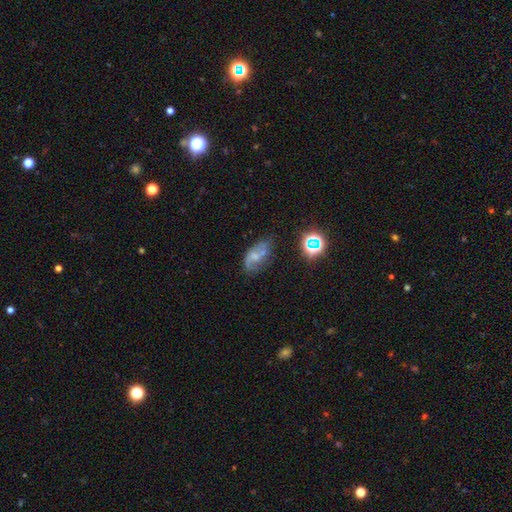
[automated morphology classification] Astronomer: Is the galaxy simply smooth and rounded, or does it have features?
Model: featured or disk — 54% (runner-up: smooth, 30%).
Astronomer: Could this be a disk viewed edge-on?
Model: no — 95%.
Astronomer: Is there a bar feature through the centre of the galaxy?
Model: no — 57% (runner-up: weak, 35%).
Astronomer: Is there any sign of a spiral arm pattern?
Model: yes — 76%.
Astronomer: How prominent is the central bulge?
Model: small — 45% (runner-up: moderate, 33%).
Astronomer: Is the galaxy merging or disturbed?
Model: none — 48% (runner-up: minor disturbance, 26%).